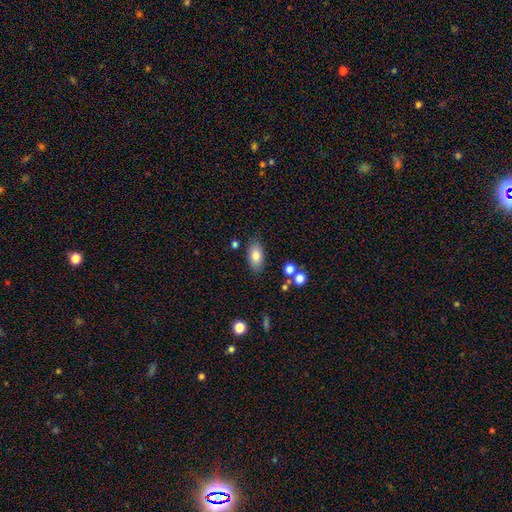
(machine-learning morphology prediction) Q: Smooth or featured?
A: smooth (81%); runner-up: featured or disk (11%)
Q: How rounded?
A: in between (91%); runner-up: round (5%)
Q: Merging?
A: none (82%); runner-up: minor disturbance (12%)